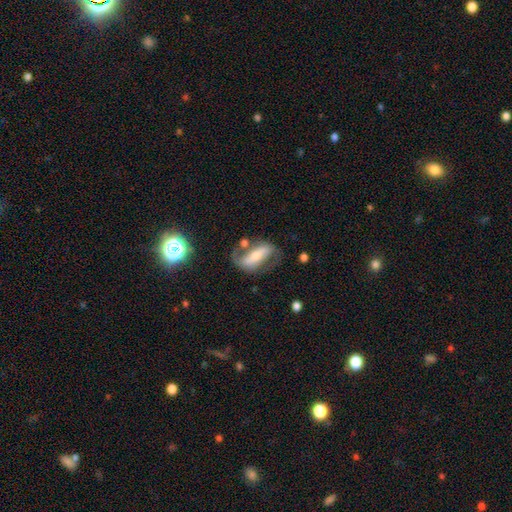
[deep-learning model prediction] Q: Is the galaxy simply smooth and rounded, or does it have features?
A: featured or disk — 70%.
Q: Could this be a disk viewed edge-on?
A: no — 88%.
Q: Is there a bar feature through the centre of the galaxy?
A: strong — 60%.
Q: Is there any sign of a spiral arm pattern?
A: yes — 81%.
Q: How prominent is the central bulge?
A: small — 42%.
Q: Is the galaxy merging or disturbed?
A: none — 55%.